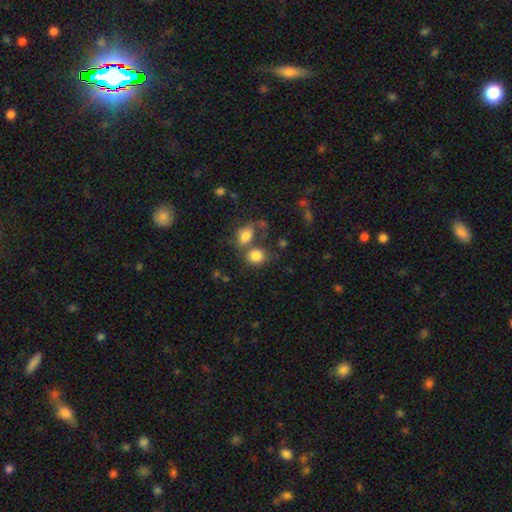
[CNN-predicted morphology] Overall: smooth (82%). How rounded: round (58%; in between 40%). Merging: none (45%; merger 37%).